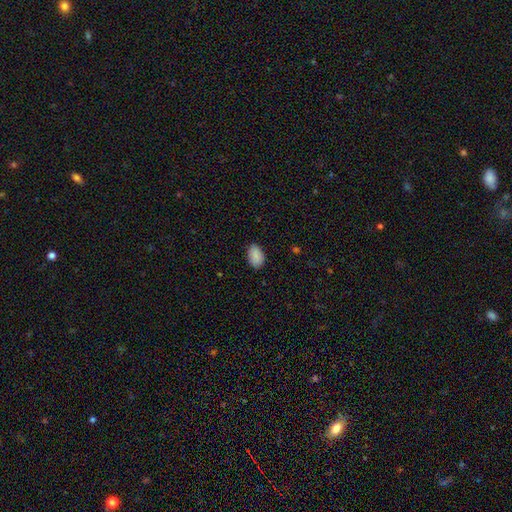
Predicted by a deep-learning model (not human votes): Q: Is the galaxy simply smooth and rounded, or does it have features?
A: smooth — 89%.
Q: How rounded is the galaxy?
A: in between — 89%.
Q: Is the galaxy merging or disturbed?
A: none — 84%.